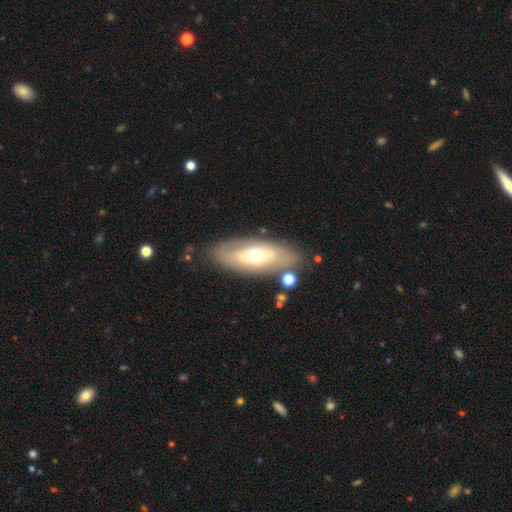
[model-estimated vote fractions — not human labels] The model was most divided on "smooth or featured": featured or disk: 53%, smooth: 41%, star or artifact: 6%. More confident: edge-on disk — no (80%); merging — none (77%).